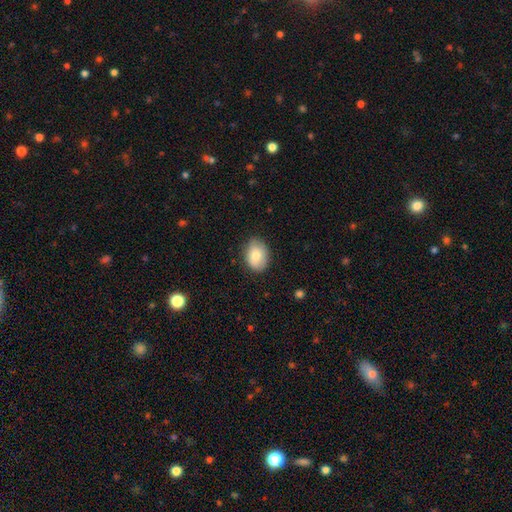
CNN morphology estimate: smooth_or_featured: smooth (p=0.78) [alt: featured or disk p=0.15]
how_rounded: in between (p=0.73) [alt: round p=0.26]
merging: none (p=0.78) [alt: minor disturbance p=0.18]